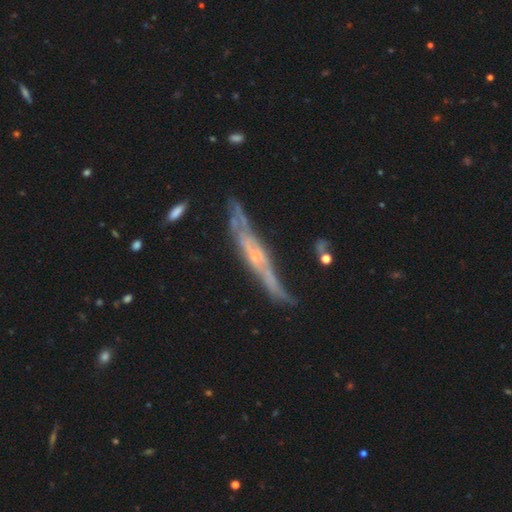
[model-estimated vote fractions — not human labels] Smooth or featured: featured or disk — 76% (smooth — 17%)
Edge-on disk: yes — 74% (no — 26%)
Edge-on bulge: rounded — 52% (none — 40%)
Merging: none — 62% (minor disturbance — 25%)